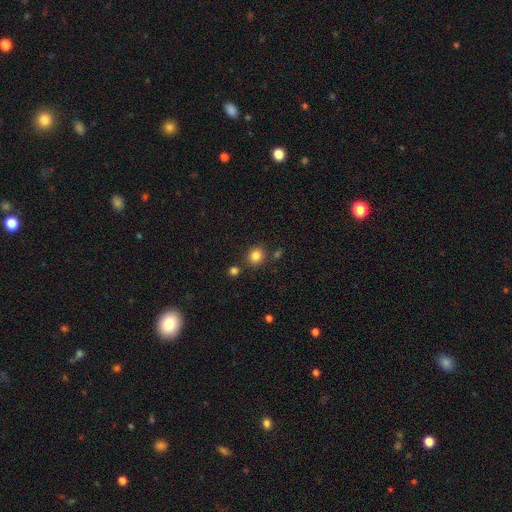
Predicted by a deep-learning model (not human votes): A smooth galaxy with no disk features (84%) that is round (81%). Merging: none (81%).